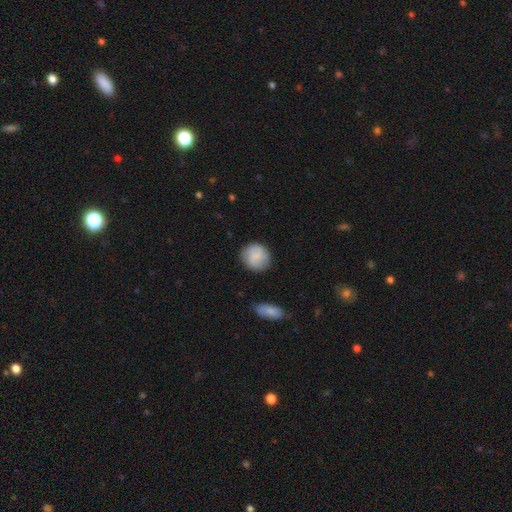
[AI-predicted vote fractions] Smooth or featured?
  - smooth: 77% *
  - featured or disk: 16%
  - star or artifact: 7%
How rounded?
  - round: 87% *
  - in between: 12%
  - cigar-shaped: 1%
Merging?
  - none: 82% *
  - minor disturbance: 13%
  - major disturbance: 3%
  - merger: 2%